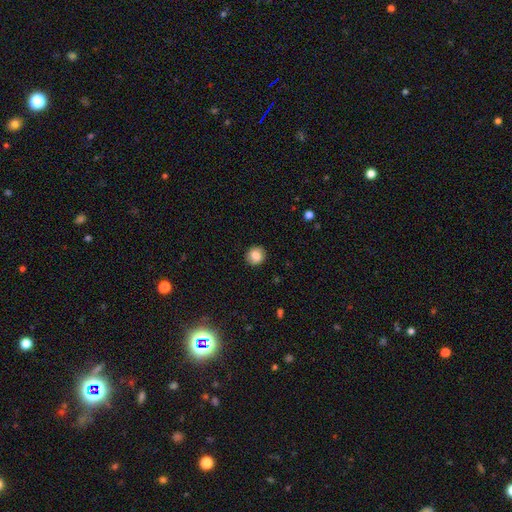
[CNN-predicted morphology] Overall: smooth (81%). How rounded: round (86%). Merging: none (87%).